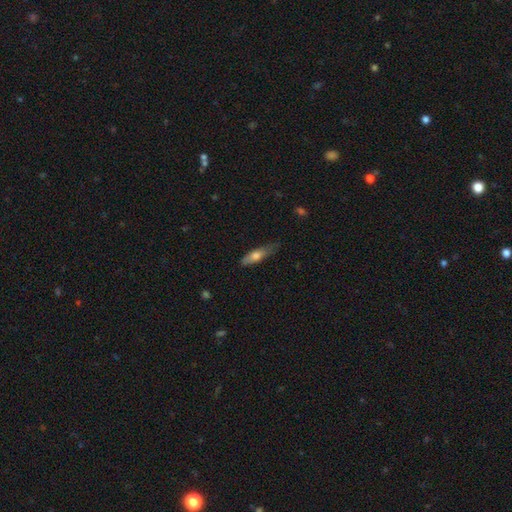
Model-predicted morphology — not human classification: Overall: smooth (66%; featured or disk 28%). How rounded: cigar-shaped (58%; in between 39%). Merging: none (58%; minor disturbance 33%).